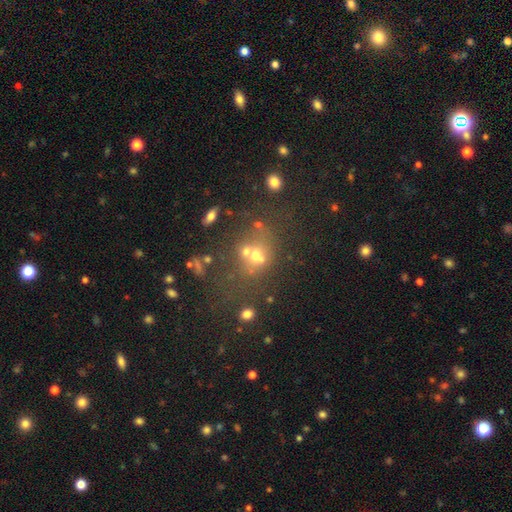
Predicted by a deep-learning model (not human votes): The model was most divided on "merging": merger: 41%, none: 38%, minor disturbance: 12%, major disturbance: 10%. More confident: how rounded — round (61%); smooth or featured — smooth (51%).